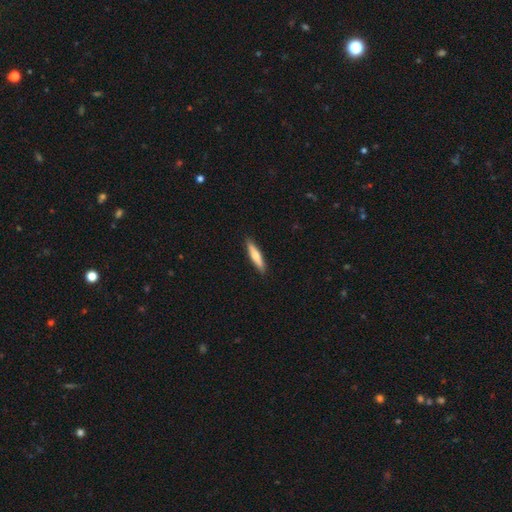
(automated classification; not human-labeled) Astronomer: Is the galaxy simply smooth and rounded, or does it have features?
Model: smooth — 61%.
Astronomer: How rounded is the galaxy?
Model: cigar-shaped — 82%.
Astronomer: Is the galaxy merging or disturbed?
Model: none — 90%.